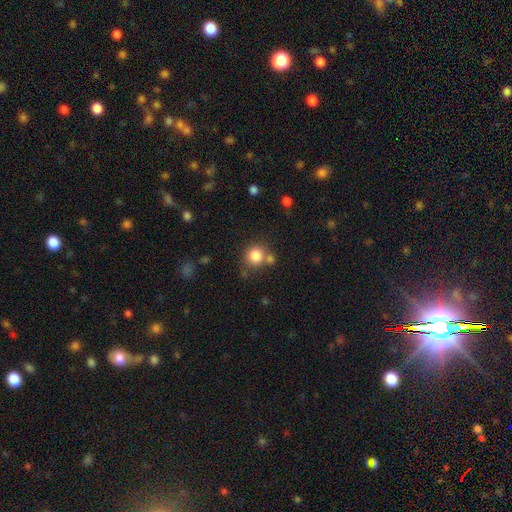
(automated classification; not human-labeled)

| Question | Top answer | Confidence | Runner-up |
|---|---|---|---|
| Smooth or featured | smooth | 82% | star or artifact (11%) |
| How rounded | round | 89% | in between (10%) |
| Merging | none | 68% | merger (18%) |